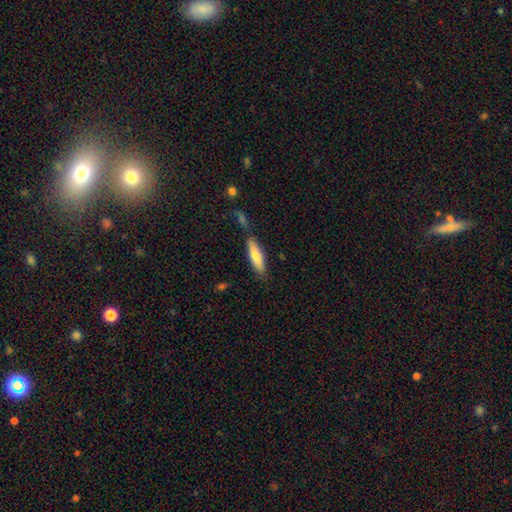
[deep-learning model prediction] Smooth or featured? smooth (72%)
How rounded? cigar-shaped (65%)
Merging? none (74%)